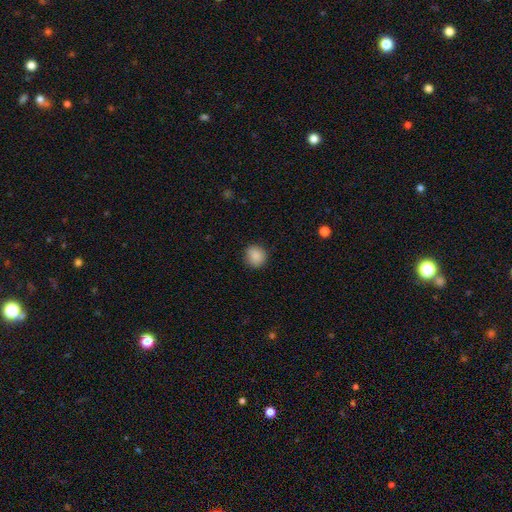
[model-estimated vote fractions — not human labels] The model was most divided on "how rounded": round: 87%, in between: 12%, cigar-shaped: 1%. More confident: smooth or featured — smooth (88%); merging — none (88%).